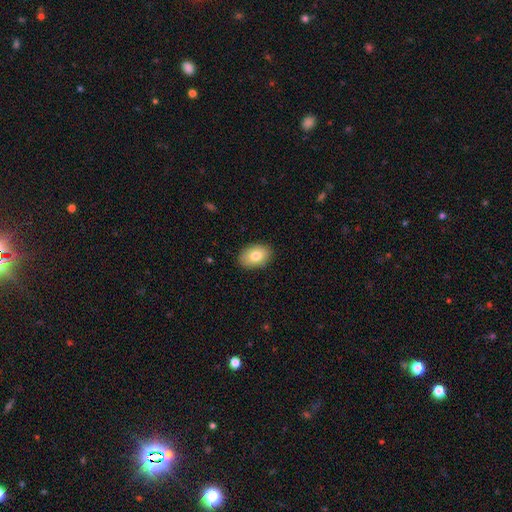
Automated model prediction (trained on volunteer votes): A smooth galaxy with no disk features (79%) that is in between round and cigar-shaped (85%). Merging: none (88%).